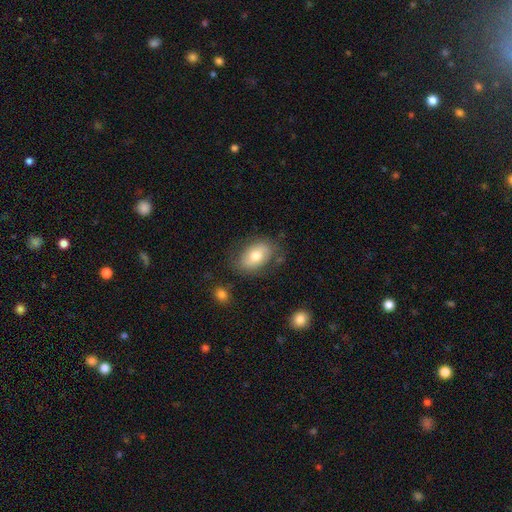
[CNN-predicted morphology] Smooth or featured? Predicted: smooth (p=0.69). How rounded? Predicted: in between (p=0.87). Merging? Predicted: none (p=0.73).